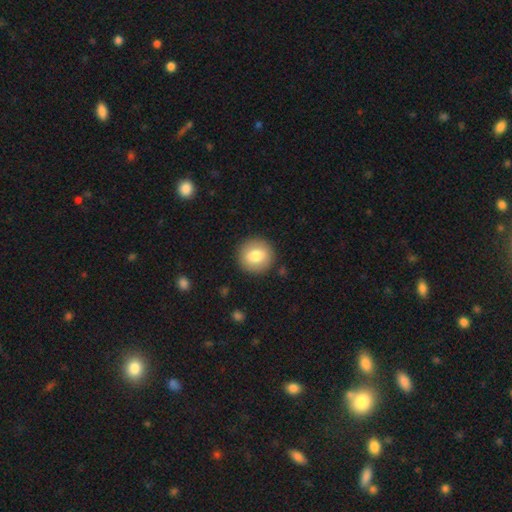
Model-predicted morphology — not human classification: Smooth or featured? smooth (78%)
How rounded? round (93%)
Merging? none (91%)